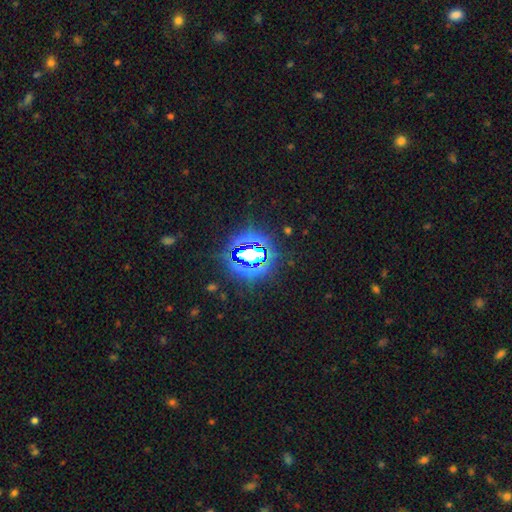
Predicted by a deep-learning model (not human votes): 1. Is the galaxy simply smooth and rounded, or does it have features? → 78% star or artifact, 14% smooth, 8% featured or disk.